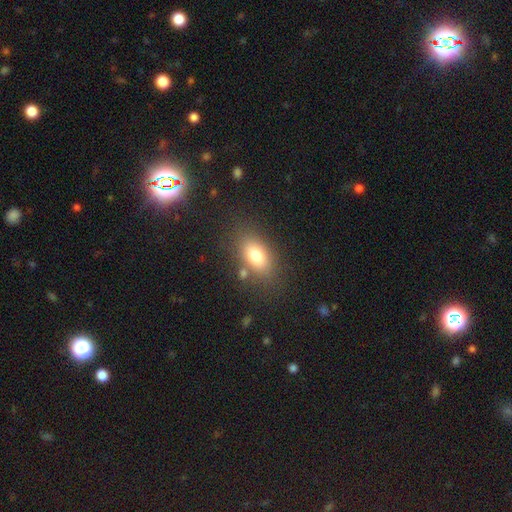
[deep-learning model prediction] Morphology: type=smooth (76%); roundness=in between (84%); merging=none (75%).